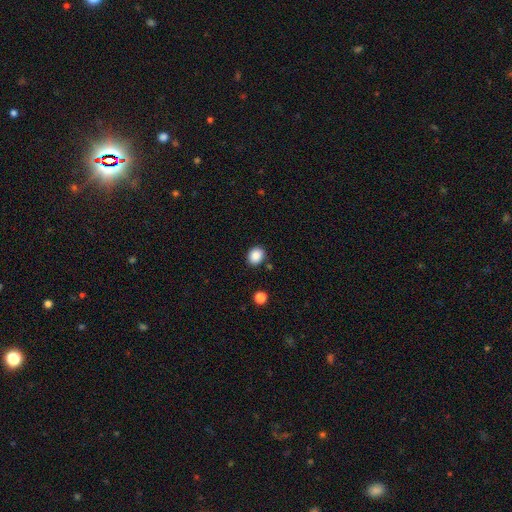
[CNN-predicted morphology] Overall: smooth (87%). How rounded: round (56%; in between 44%). Merging: none (86%).